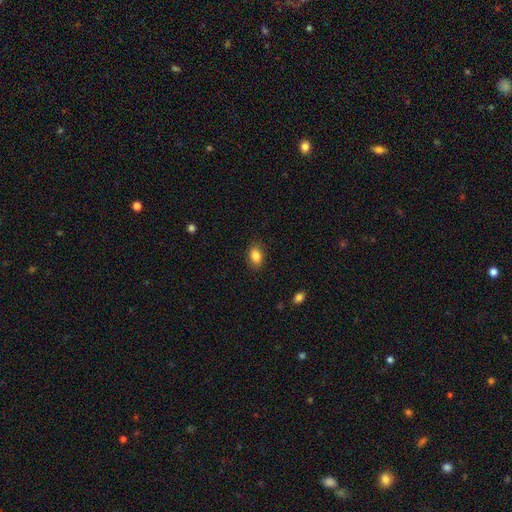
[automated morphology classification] smooth-or-featured: smooth: 86% | star or artifact: 9% | featured or disk: 6%
  how-rounded: in between: 82% | round: 16% | cigar-shaped: 2%
  merging: none: 86% | minor disturbance: 10% | major disturbance: 3% | merger: 1%